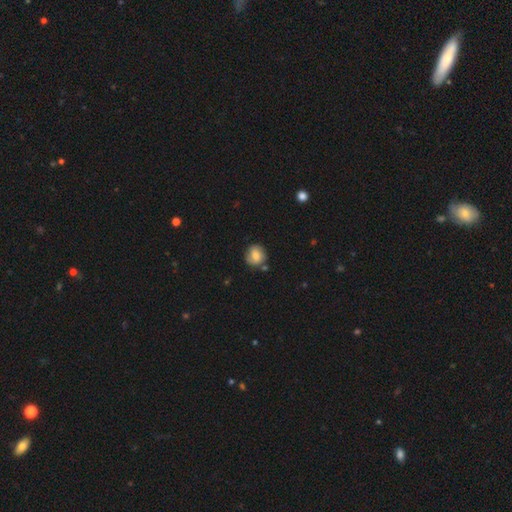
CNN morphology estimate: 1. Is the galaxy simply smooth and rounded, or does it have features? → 69% smooth, 23% featured or disk, 8% star or artifact.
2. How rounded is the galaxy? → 82% round, 17% in between, 1% cigar-shaped.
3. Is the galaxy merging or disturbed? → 73% none, 17% minor disturbance, 6% merger, 4% major disturbance.